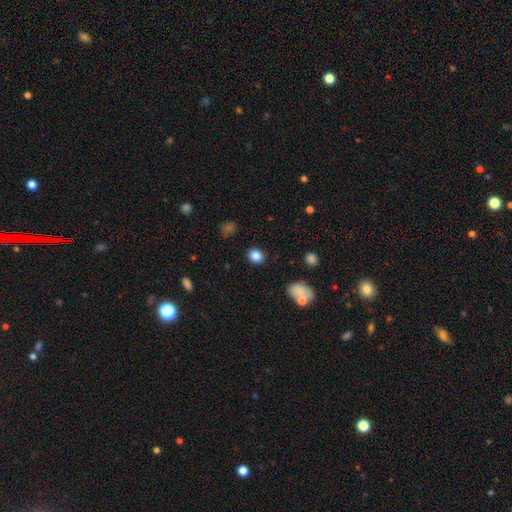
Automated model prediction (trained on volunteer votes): This is clearly a smooth galaxy (85%). How rounded: likely round (69%). Merging: clearly none (88%).